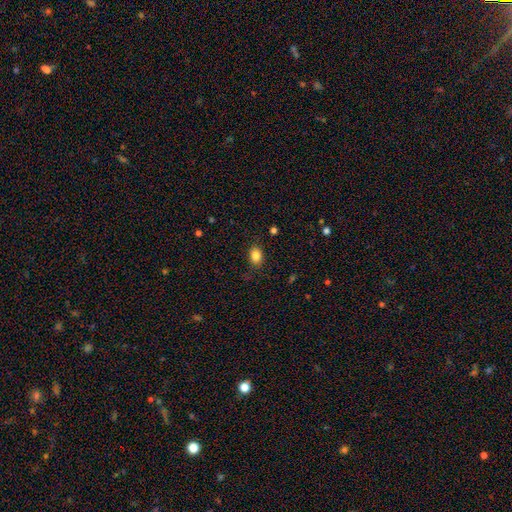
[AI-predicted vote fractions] Smooth or featured? smooth (84%)
How rounded? in between (70%)
Merging? none (82%)